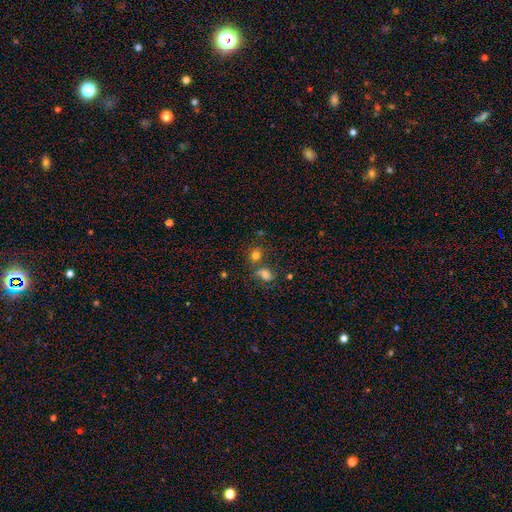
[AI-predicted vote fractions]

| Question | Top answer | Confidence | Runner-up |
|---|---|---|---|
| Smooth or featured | smooth | 75% | star or artifact (15%) |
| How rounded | round | 74% | in between (24%) |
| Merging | none | 57% | merger (28%) |